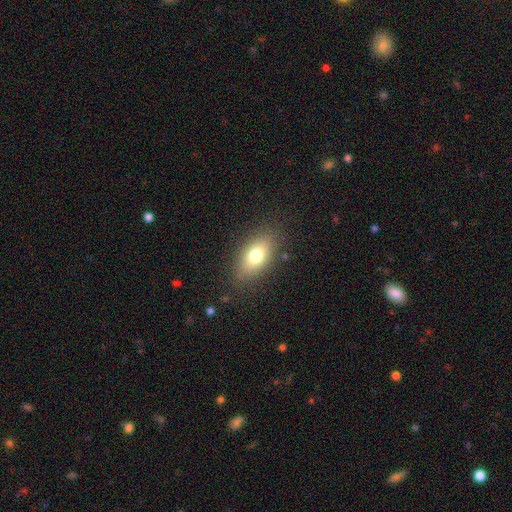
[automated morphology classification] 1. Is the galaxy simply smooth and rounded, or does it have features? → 73% smooth, 17% featured or disk, 10% star or artifact.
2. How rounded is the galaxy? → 85% in between, 8% round, 6% cigar-shaped.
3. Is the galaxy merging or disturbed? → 83% none, 12% minor disturbance, 4% major disturbance, 1% merger.